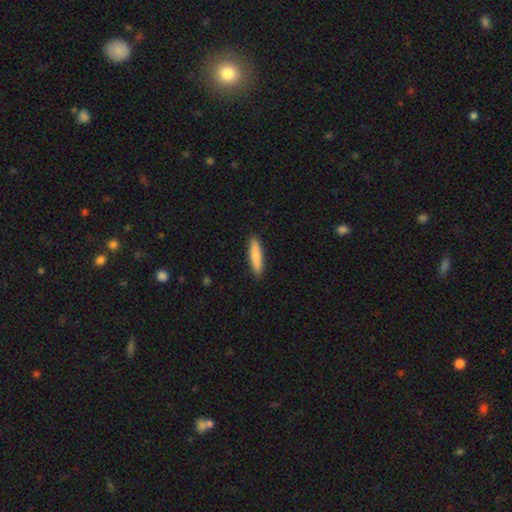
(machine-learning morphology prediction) A smooth galaxy with no disk features (83%) that is cigar-shaped (82%).

Vote fractions:
- Smooth or featured? smooth: 83% / featured or disk: 12% / star or artifact: 5%
- How rounded? cigar-shaped: 82% / in between: 16% / round: 1%
- Merging? none: 91% / minor disturbance: 7% / major disturbance: 1% / merger: 1%